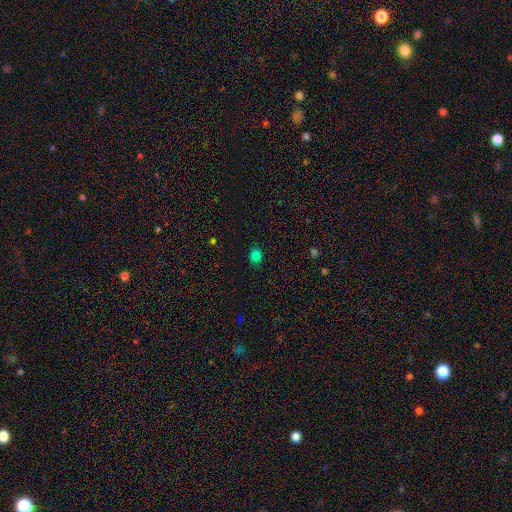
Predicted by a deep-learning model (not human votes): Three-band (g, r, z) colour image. It shows a smooth galaxy with no disk features (81%) that is round (54%). Merging: none (86%).